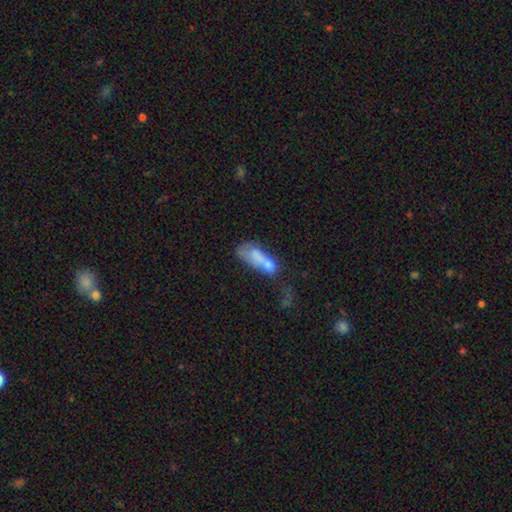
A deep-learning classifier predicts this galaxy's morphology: Smooth or featured? Predicted: smooth (p=0.64). How rounded? Predicted: in between (p=0.70). Merging? Predicted: merger (p=0.49).